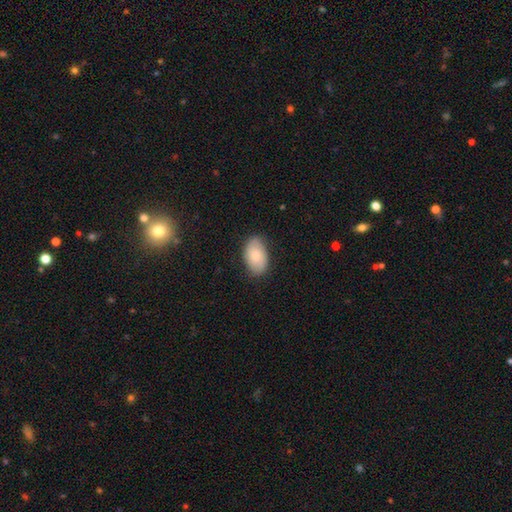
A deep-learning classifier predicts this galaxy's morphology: A smooth galaxy with no disk features (74%) that is in between round and cigar-shaped (93%).

Vote fractions:
- Smooth or featured? smooth: 74% / featured or disk: 20% / star or artifact: 6%
- How rounded? in between: 93% / round: 6% / cigar-shaped: 1%
- Merging? none: 79% / minor disturbance: 16% / major disturbance: 3% / merger: 1%